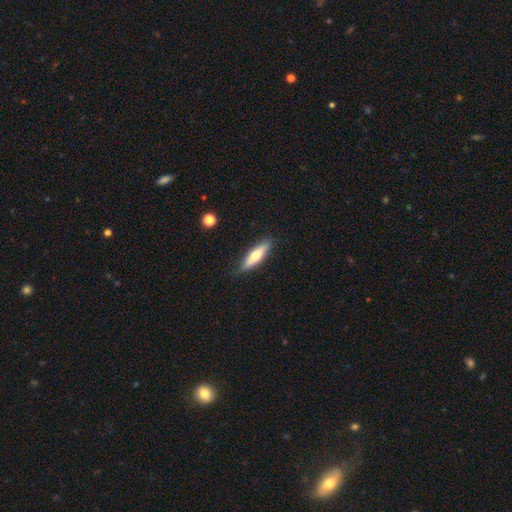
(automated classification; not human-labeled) Q: Smooth or featured?
A: smooth (49%); runner-up: featured or disk (45%)
Q: Merging?
A: none (88%); runner-up: minor disturbance (9%)